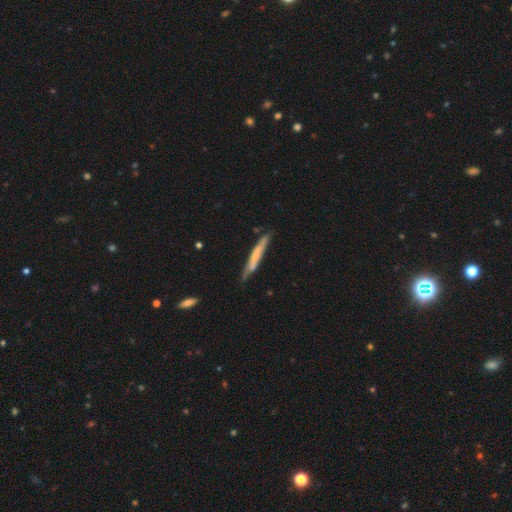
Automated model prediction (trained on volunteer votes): Smooth or featured?
  - smooth: 50% *
  - featured or disk: 45%
  - star or artifact: 6%
Merging?
  - none: 74% *
  - minor disturbance: 20%
  - major disturbance: 3%
  - merger: 3%